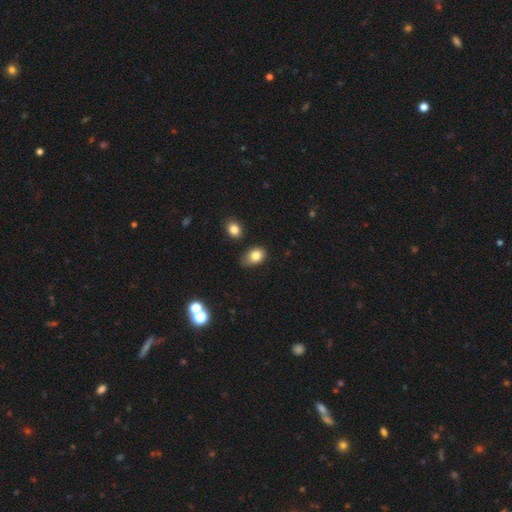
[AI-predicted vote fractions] Smooth or featured? Predicted: smooth (p=0.82). How rounded? Predicted: in between (p=0.75). Merging? Predicted: none (p=0.60).